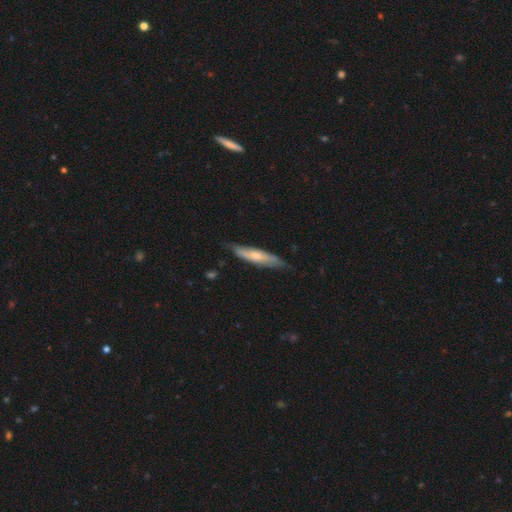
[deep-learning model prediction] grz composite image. It shows a smooth galaxy with no disk features (48%). Merging: none (72%).